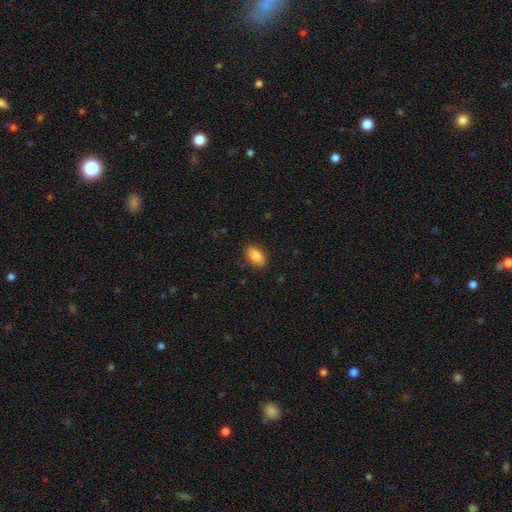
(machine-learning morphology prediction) This is clearly a smooth galaxy (85%). How rounded: clearly in between (91%). Merging: clearly none (87%).